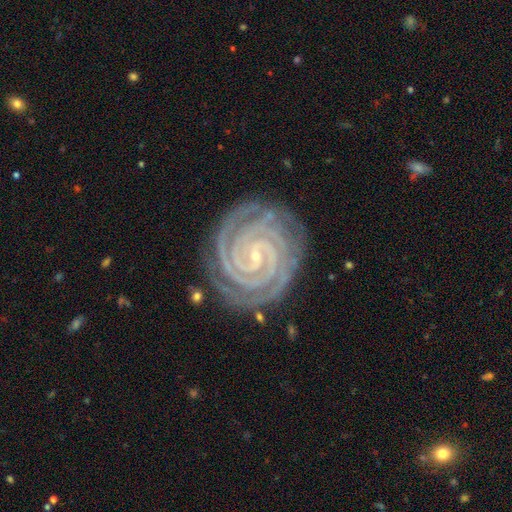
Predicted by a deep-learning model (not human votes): smooth-or-featured: featured or disk: 94% | star or artifact: 4% | smooth: 2%
  disk-edge-on: no: 98% | yes: 2%
    bar: no: 39% | weak: 35% | strong: 26%
    has-spiral-arms: yes: 99% | no: 1%
      spiral-winding: tight: 92% | medium: 7% | loose: 1%
      spiral-arm-count: 2: 50% | 3: 19% | 4: 11% | can't tell: 7% | more than 4: 7% | 1: 6%
    bulge-size: small: 90% | moderate: 7% | none: 2% | large: 1% | dominant: 1%
  merging: none: 84% | minor disturbance: 12% | major disturbance: 3% | merger: 1%